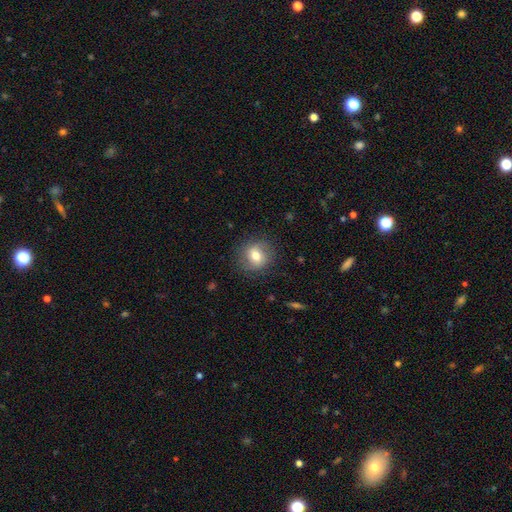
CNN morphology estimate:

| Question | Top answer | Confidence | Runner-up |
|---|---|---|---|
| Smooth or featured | smooth | 66% | featured or disk (25%) |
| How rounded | round | 83% | in between (16%) |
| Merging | none | 83% | minor disturbance (12%) |